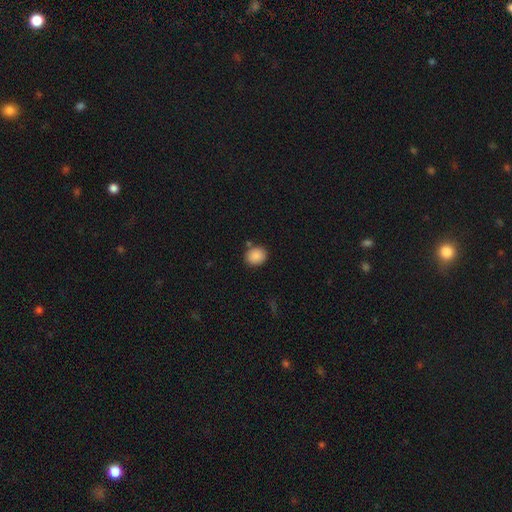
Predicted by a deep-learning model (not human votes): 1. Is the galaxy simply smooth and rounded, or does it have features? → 87% smooth, 8% star or artifact, 4% featured or disk.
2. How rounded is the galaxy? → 67% round, 32% in between, 1% cigar-shaped.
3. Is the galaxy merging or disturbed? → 80% none, 11% minor disturbance, 7% merger, 3% major disturbance.